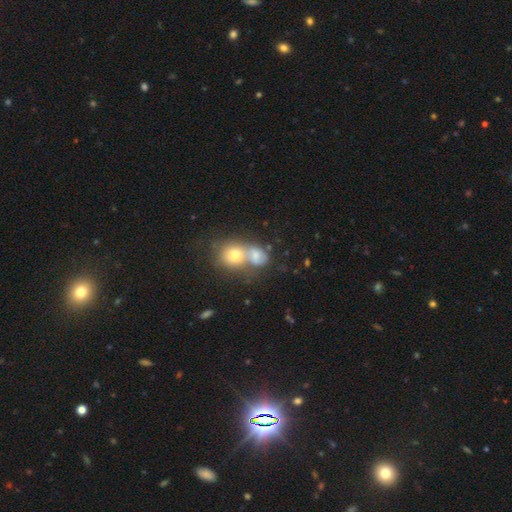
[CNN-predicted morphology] smooth 64%, featured or disk 23%, star or artifact 13%. Down the decision tree: how rounded — round (54%); merging — merger (67%).